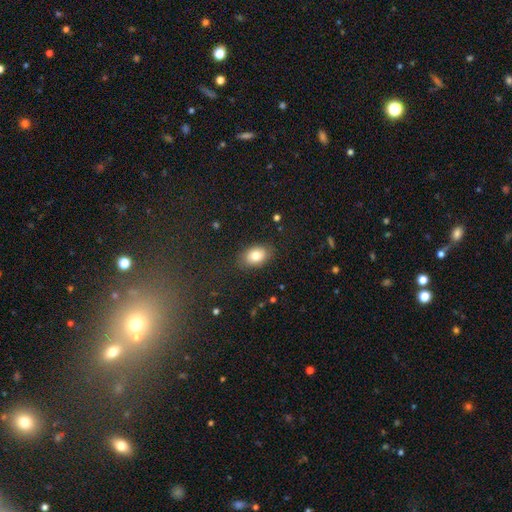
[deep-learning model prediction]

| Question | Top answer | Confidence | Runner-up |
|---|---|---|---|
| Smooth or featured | smooth | 79% | featured or disk (13%) |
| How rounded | in between | 82% | round (17%) |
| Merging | none | 84% | minor disturbance (12%) |